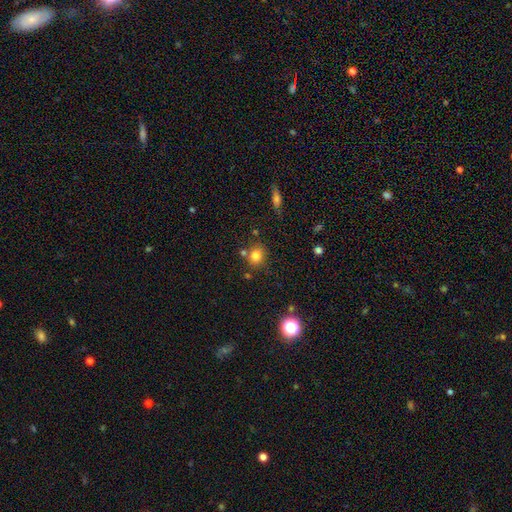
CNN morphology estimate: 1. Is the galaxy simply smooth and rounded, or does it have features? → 78% smooth, 14% star or artifact, 8% featured or disk.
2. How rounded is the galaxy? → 74% round, 25% in between, 1% cigar-shaped.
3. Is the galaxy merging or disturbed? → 74% none, 11% merger, 11% minor disturbance, 3% major disturbance.